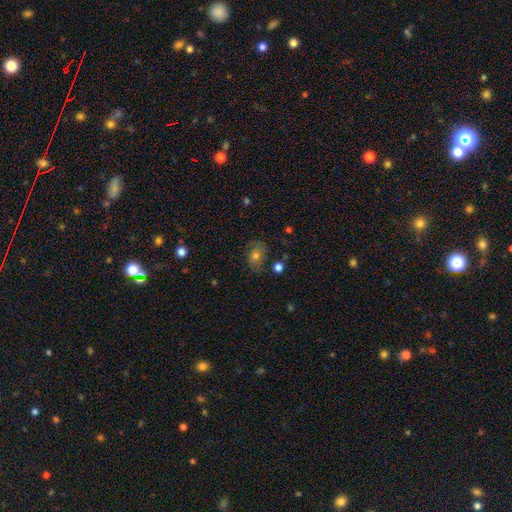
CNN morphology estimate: smooth-or-featured: smooth: 66% | featured or disk: 19% | star or artifact: 15%
  how-rounded: in between: 65% | round: 34% | cigar-shaped: 1%
  merging: none: 74% | minor disturbance: 18% | major disturbance: 6% | merger: 3%